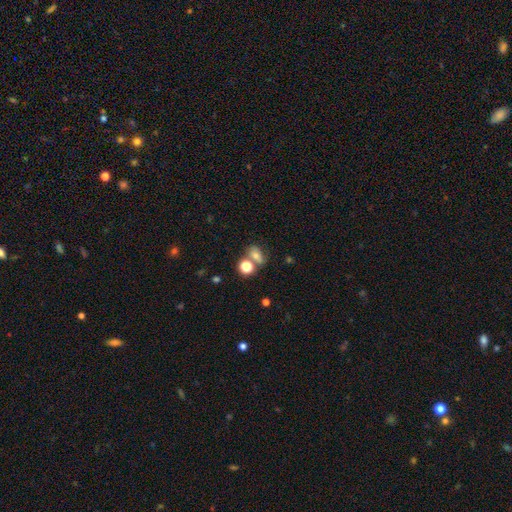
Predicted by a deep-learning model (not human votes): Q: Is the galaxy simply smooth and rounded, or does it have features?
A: smooth — 67%.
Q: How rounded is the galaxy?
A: in between — 63%.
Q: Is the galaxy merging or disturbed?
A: none — 50%.